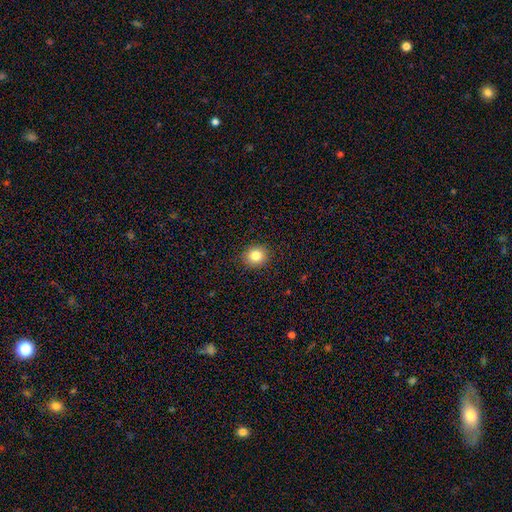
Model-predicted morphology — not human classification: Smooth or featured? smooth (84%)
How rounded? round (74%)
Merging? none (89%)